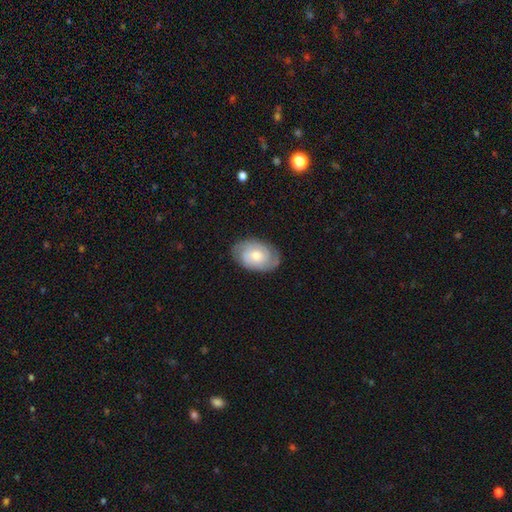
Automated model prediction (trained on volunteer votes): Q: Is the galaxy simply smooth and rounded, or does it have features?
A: featured or disk — 61%.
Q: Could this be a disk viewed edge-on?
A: no — 96%.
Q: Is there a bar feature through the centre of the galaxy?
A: no — 73%.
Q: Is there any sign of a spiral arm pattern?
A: yes — 85%.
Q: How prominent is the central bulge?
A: moderate — 55%.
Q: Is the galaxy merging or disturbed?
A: none — 77%.